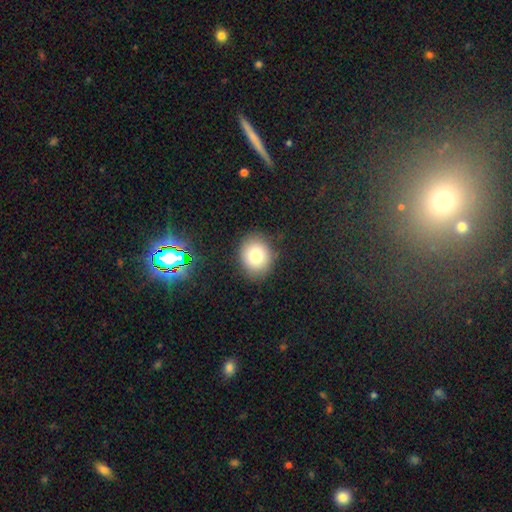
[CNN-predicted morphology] This is likely a smooth galaxy (78%). How rounded: likely round (67%). Merging: clearly none (86%).